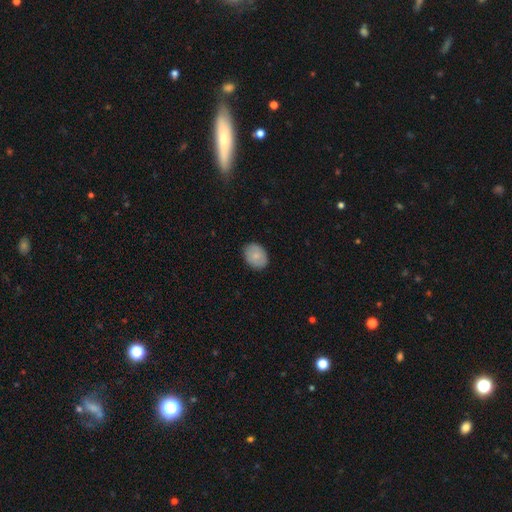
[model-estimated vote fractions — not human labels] Morphology: type=smooth (79%); roundness=in between (67%); merging=none (87%).